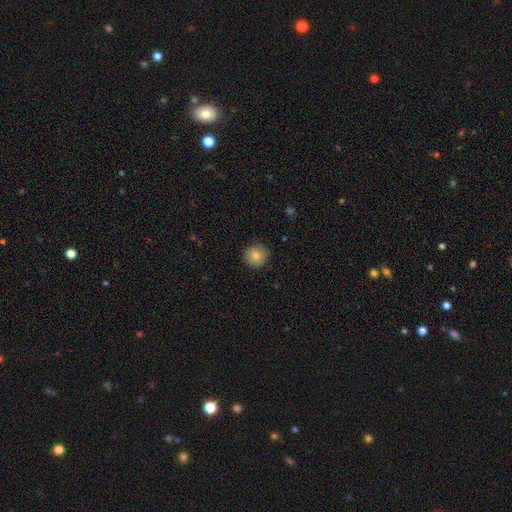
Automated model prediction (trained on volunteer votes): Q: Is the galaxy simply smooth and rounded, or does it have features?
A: smooth — 81%.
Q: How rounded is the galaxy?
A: round — 93%.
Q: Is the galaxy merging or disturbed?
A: none — 87%.